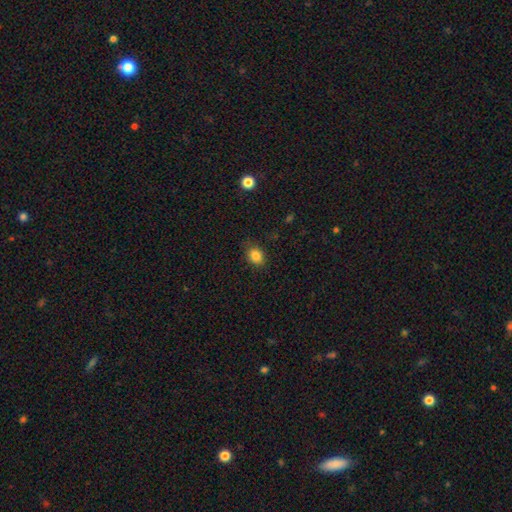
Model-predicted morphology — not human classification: A smooth galaxy with no disk features (84%) that is in between round and cigar-shaped (50%).

Vote fractions:
- Smooth or featured? smooth: 84% / star or artifact: 11% / featured or disk: 5%
- How rounded? in between: 50% / round: 49% / cigar-shaped: 1%
- Merging? none: 81% / minor disturbance: 15% / major disturbance: 3% / merger: 1%